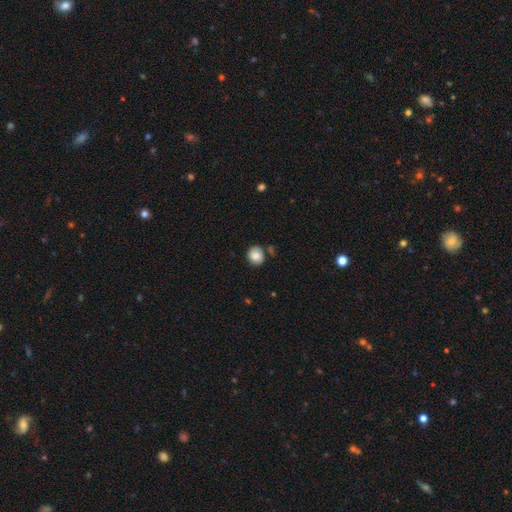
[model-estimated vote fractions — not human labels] Smooth or featured? Predicted: smooth (p=0.83). How rounded? Predicted: round (p=0.80). Merging? Predicted: none (p=0.74).